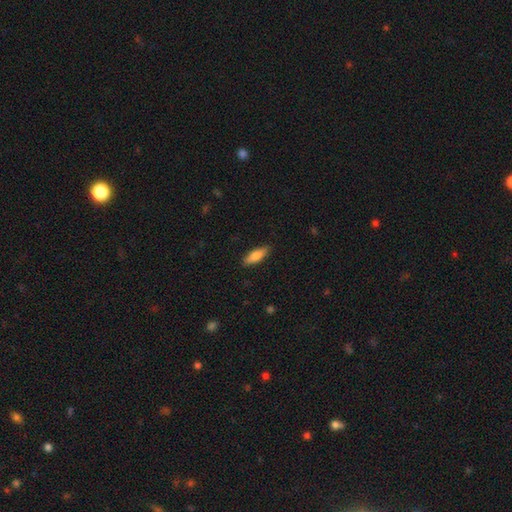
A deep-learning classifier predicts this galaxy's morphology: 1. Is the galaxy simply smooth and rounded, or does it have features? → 76% smooth, 18% featured or disk, 6% star or artifact.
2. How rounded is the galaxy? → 52% in between, 46% cigar-shaped, 2% round.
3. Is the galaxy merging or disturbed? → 88% none, 9% minor disturbance, 2% major disturbance, 1% merger.